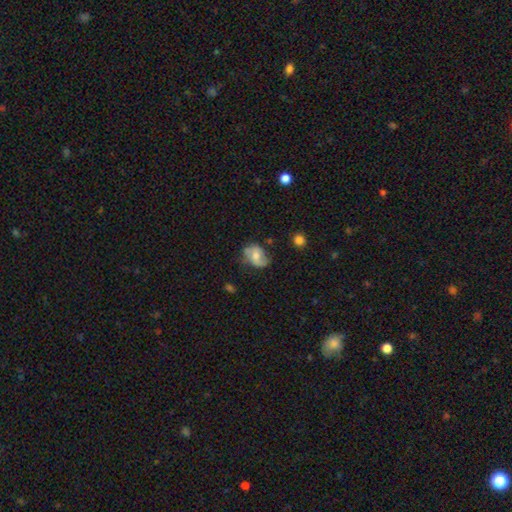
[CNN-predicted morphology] smooth-or-featured: featured or disk: 57% | smooth: 35% | star or artifact: 8%
  disk-edge-on: no: 97% | yes: 3%
    bar: no: 48% | weak: 40% | strong: 13%
    has-spiral-arms: yes: 83% | no: 17%
    bulge-size: moderate: 59% | small: 25% | large: 9% | none: 6% | dominant: 1%
  merging: none: 58% | minor disturbance: 27% | major disturbance: 11% | merger: 4%